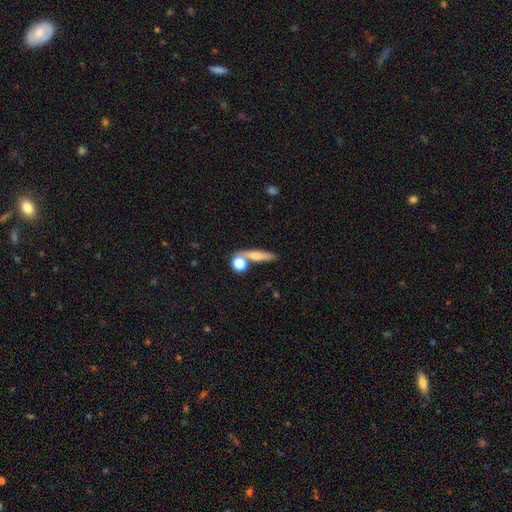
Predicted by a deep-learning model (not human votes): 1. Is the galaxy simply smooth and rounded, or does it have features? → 66% smooth, 24% featured or disk, 9% star or artifact.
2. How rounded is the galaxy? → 63% cigar-shaped, 23% in between, 15% round.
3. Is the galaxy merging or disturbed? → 64% none, 19% merger, 12% minor disturbance, 5% major disturbance.